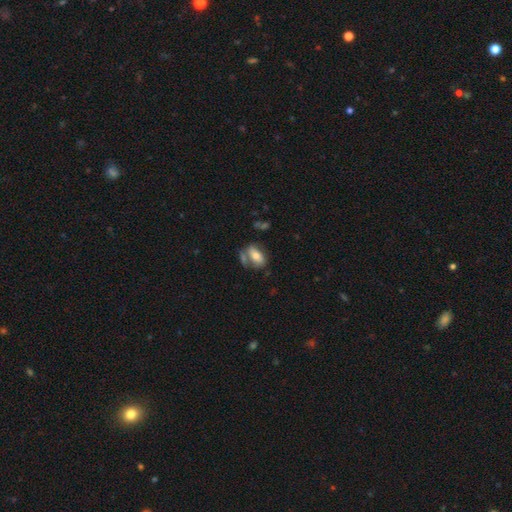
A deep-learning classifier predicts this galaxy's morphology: This is likely a smooth galaxy (66%). How rounded: clearly in between (86%). Merging: possibly none (48%).